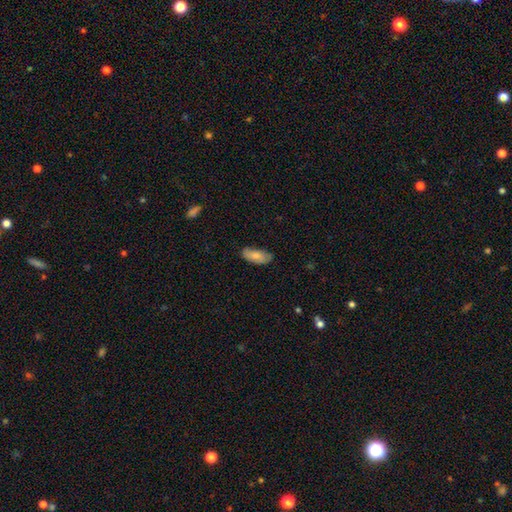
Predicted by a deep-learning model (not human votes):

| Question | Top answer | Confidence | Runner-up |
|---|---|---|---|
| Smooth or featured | smooth | 80% | featured or disk (14%) |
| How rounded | in between | 87% | cigar-shaped (11%) |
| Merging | none | 74% | minor disturbance (21%) |